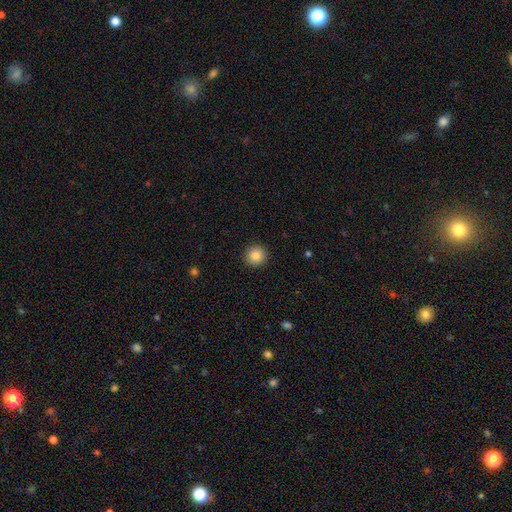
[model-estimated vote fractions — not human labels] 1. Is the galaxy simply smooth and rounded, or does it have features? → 86% smooth, 9% star or artifact, 5% featured or disk.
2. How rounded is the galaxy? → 94% round, 5% in between, 1% cigar-shaped.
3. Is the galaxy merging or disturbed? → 92% none, 5% minor disturbance, 2% major disturbance, 1% merger.